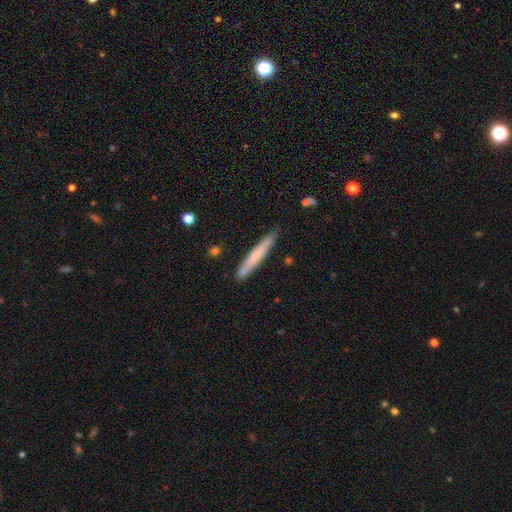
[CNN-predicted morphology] Smooth or featured: smooth — 63% (featured or disk — 31%)
How rounded: cigar-shaped — 95% (in between — 4%)
Merging: none — 85% (minor disturbance — 12%)